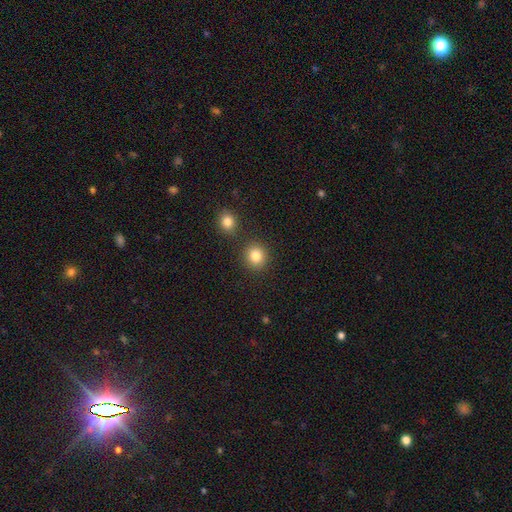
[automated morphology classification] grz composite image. It shows a smooth galaxy with no disk features (84%) that is round (84%). Merging: none (83%).